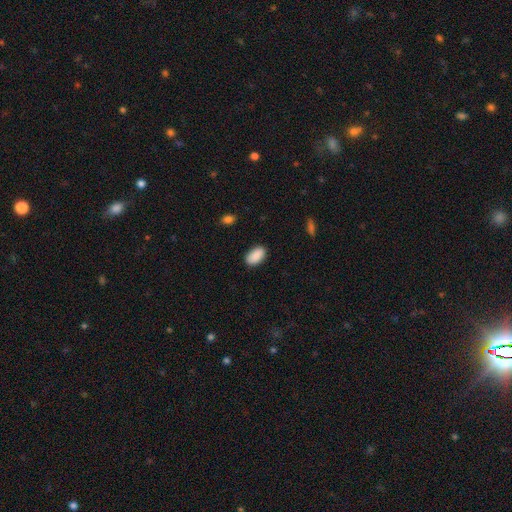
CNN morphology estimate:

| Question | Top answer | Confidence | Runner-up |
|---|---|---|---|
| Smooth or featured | smooth | 91% | star or artifact (7%) |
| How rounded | in between | 94% | round (4%) |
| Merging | none | 87% | minor disturbance (9%) |